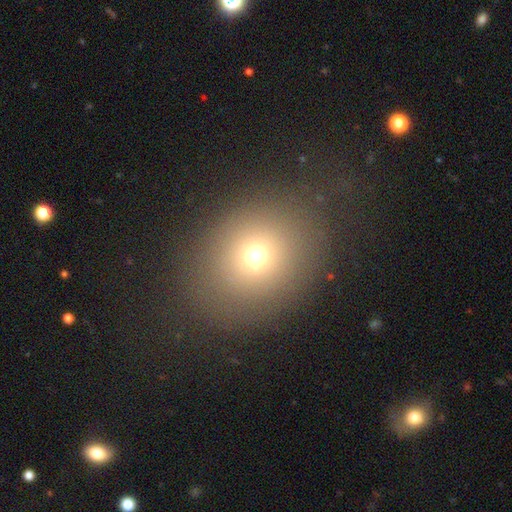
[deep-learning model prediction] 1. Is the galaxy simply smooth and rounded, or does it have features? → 69% smooth, 18% star or artifact, 13% featured or disk.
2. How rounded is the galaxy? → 66% round, 33% in between, 1% cigar-shaped.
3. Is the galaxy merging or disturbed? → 79% none, 11% minor disturbance, 8% major disturbance, 2% merger.